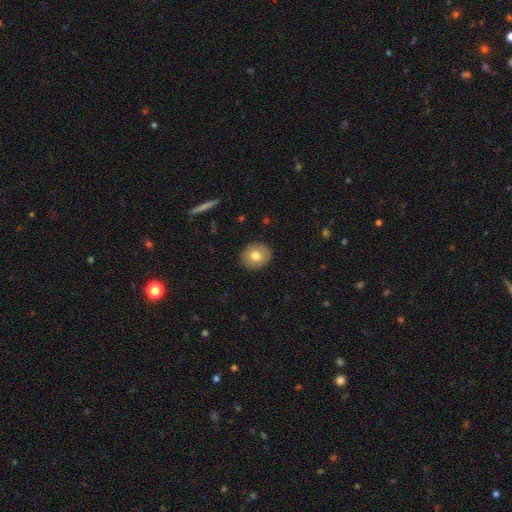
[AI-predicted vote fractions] The model was most divided on "smooth or featured": smooth: 75%, featured or disk: 16%, star or artifact: 8%. More confident: merging — none (90%); how rounded — round (80%).